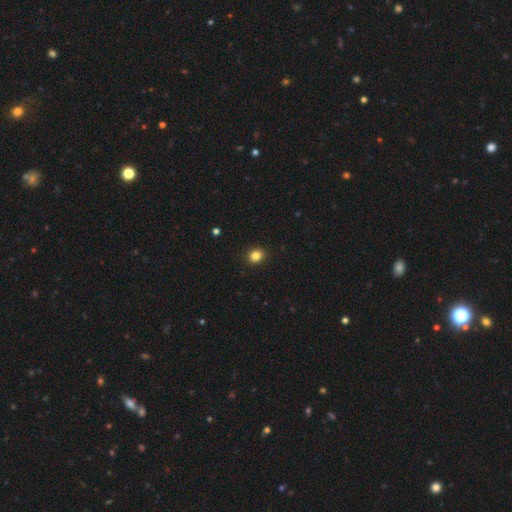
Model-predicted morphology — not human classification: smooth 84%, star or artifact 11%, featured or disk 5%. Down the decision tree: how rounded — round (74%); merging — none (92%).